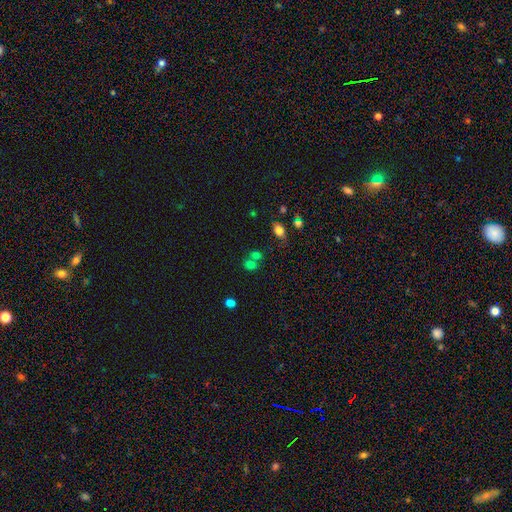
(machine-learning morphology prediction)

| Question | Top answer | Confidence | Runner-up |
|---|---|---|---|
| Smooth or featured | smooth | 71% | star or artifact (19%) |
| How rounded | round | 52% | in between (46%) |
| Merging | none | 45% | merger (40%) |